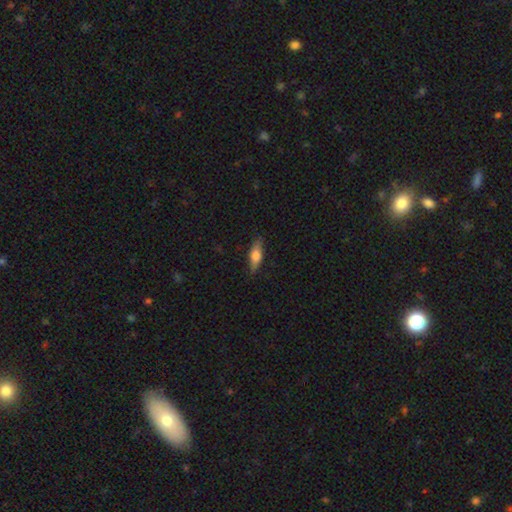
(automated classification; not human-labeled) This appears to be a smooth galaxy with no disk features (61%) that is in between round and cigar-shaped (56%). Merging: none (82%).